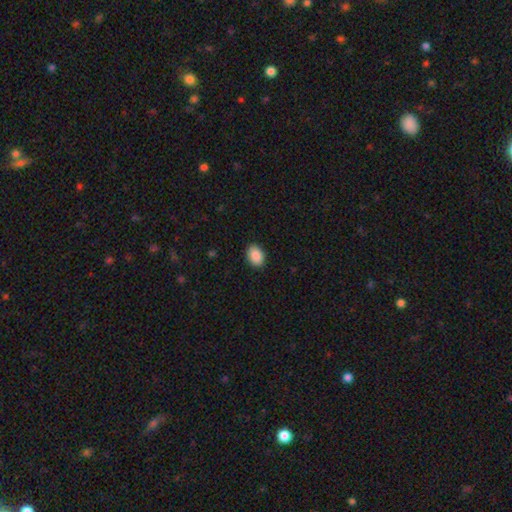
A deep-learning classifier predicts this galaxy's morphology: Smooth or featured?
  - smooth: 90% *
  - star or artifact: 7%
  - featured or disk: 3%
How rounded?
  - in between: 82% *
  - round: 17%
  - cigar-shaped: 1%
Merging?
  - none: 90% *
  - minor disturbance: 7%
  - major disturbance: 2%
  - merger: 1%